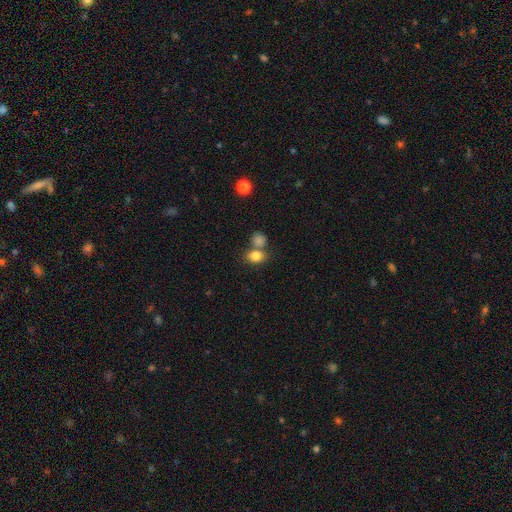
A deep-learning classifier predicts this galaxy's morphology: Smooth or featured?
  - smooth: 82% *
  - star or artifact: 10%
  - featured or disk: 8%
How rounded?
  - in between: 56% *
  - round: 42%
  - cigar-shaped: 1%
Merging?
  - none: 48% *
  - merger: 36%
  - minor disturbance: 11%
  - major disturbance: 4%